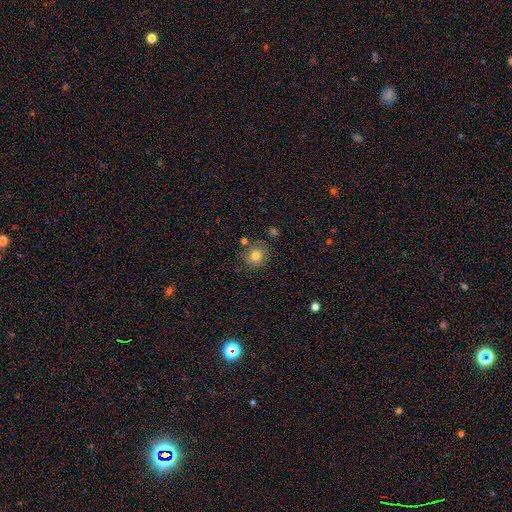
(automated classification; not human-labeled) smooth 79%, star or artifact 11%, featured or disk 10%. Down the decision tree: how rounded — round (87%); merging — none (77%).